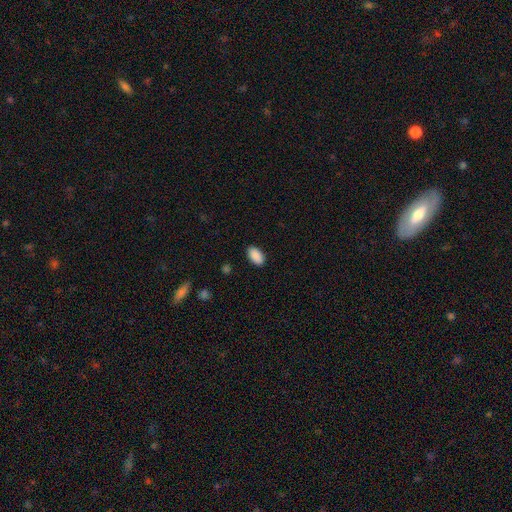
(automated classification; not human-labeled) smooth-or-featured: smooth: 90% | star or artifact: 7% | featured or disk: 3%
  how-rounded: in between: 94% | round: 4% | cigar-shaped: 2%
  merging: none: 89% | minor disturbance: 8% | major disturbance: 2% | merger: 1%